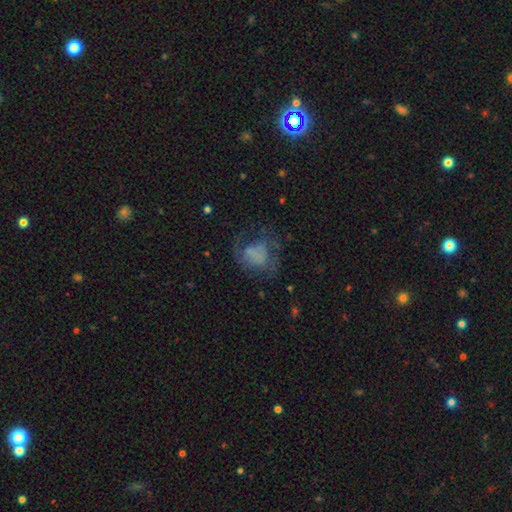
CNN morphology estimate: This appears to be a smooth galaxy with no disk features (44%). Merging: major disturbance (39%).